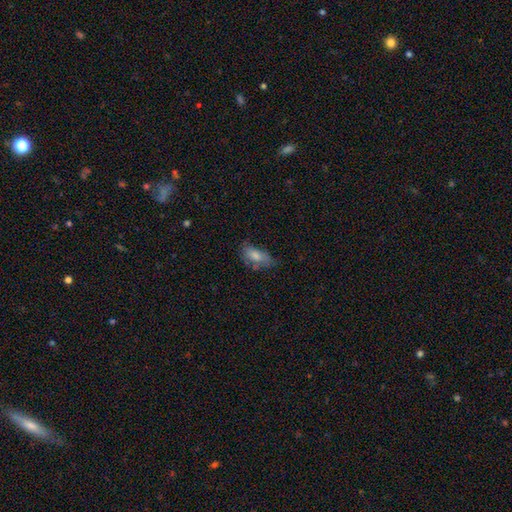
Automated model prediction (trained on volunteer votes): Smooth or featured?
  - smooth: 72% *
  - featured or disk: 19%
  - star or artifact: 9%
How rounded?
  - in between: 86% *
  - cigar-shaped: 10%
  - round: 4%
Merging?
  - none: 46% *
  - minor disturbance: 33%
  - major disturbance: 16%
  - merger: 5%